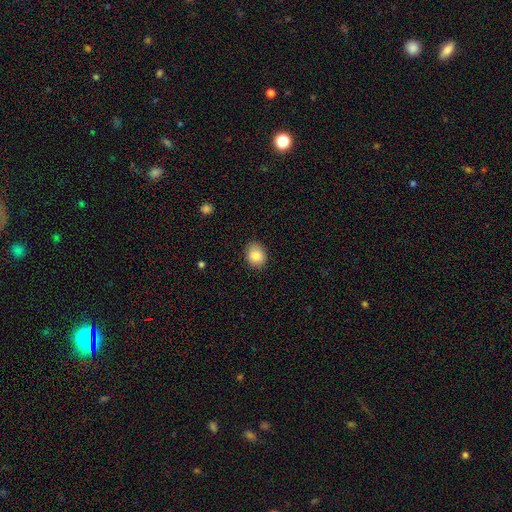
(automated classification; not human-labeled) The model was most divided on "how rounded": round: 54%, in between: 45%, cigar-shaped: 1%. More confident: merging — none (87%); smooth or featured — smooth (85%).